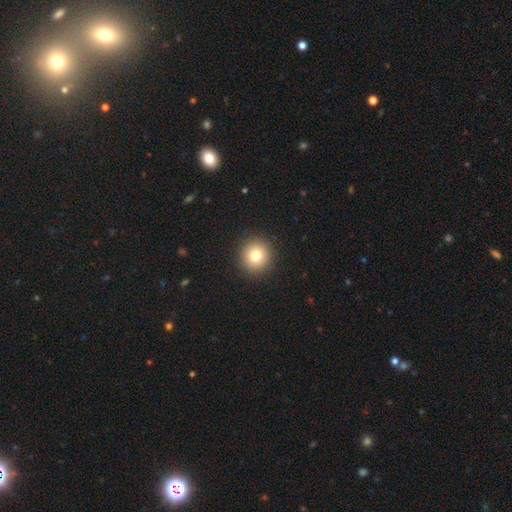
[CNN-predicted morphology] The model was most divided on "smooth or featured": smooth: 78%, star or artifact: 12%, featured or disk: 10%. More confident: how rounded — round (94%); merging — none (92%).